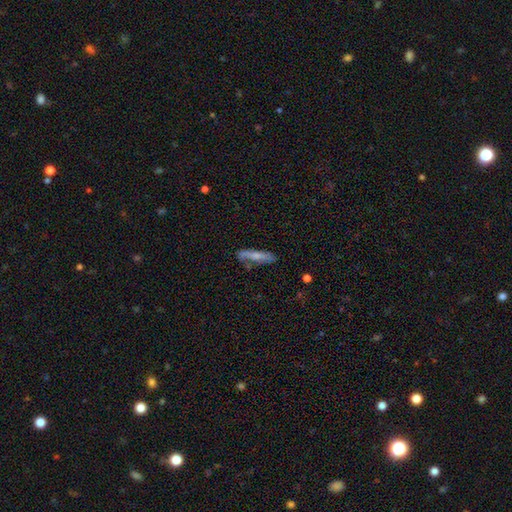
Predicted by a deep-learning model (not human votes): smooth 66%, featured or disk 28%, star or artifact 6%. Down the decision tree: how rounded — cigar-shaped (83%); merging — none (69%).